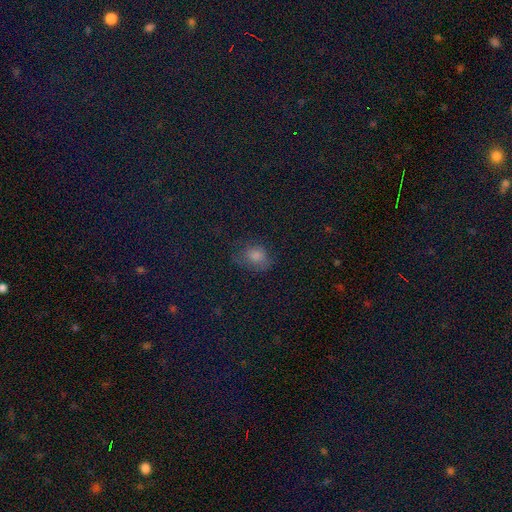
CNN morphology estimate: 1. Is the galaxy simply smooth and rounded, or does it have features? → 59% smooth, 28% star or artifact, 12% featured or disk.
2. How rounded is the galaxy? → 51% round, 48% in between, 2% cigar-shaped.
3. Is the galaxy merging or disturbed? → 64% none, 23% minor disturbance, 11% major disturbance, 2% merger.